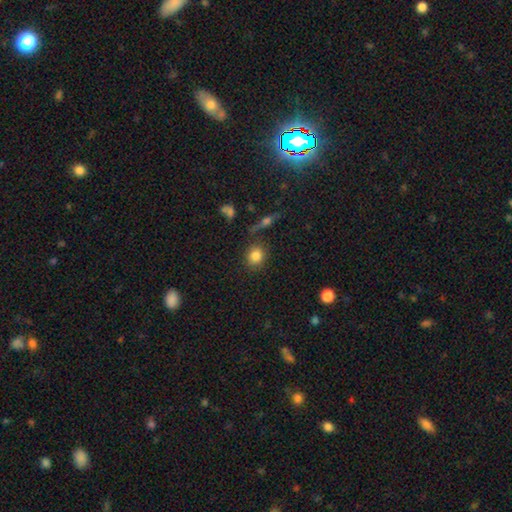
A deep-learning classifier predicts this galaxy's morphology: The model was most divided on "how rounded": round: 74%, in between: 25%, cigar-shaped: 2%. More confident: smooth or featured — smooth (82%); merging — none (81%).